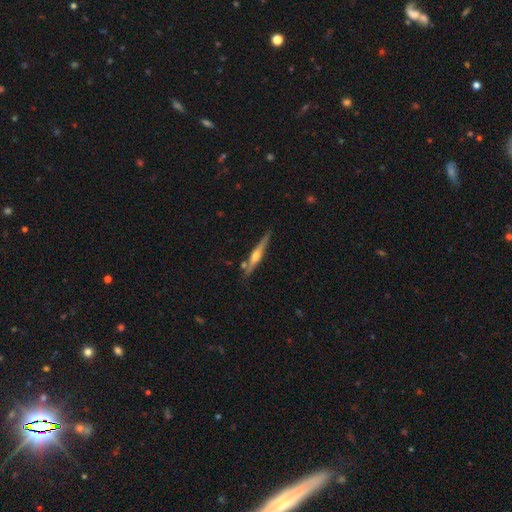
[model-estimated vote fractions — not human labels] Smooth or featured: featured or disk — 69% (smooth — 25%)
Edge-on disk: yes — 97% (no — 3%)
Edge-on bulge: rounded — 86% (none — 7%)
Merging: none — 79% (minor disturbance — 13%)